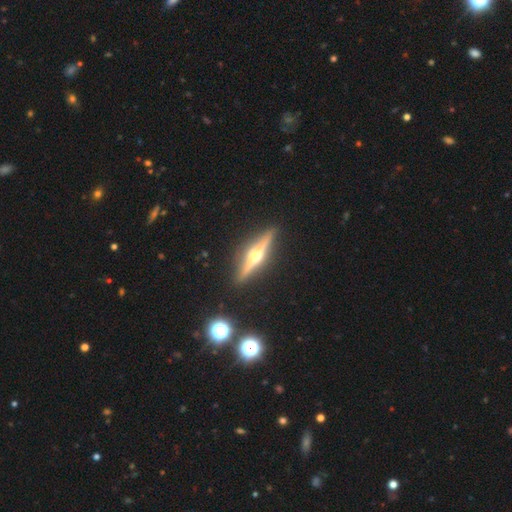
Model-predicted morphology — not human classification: This is clearly a featured or disk galaxy (81%). It is clearly viewed edge-on (98%). Edge-on bulge: clearly rounded (95%). Merging: clearly none (91%).